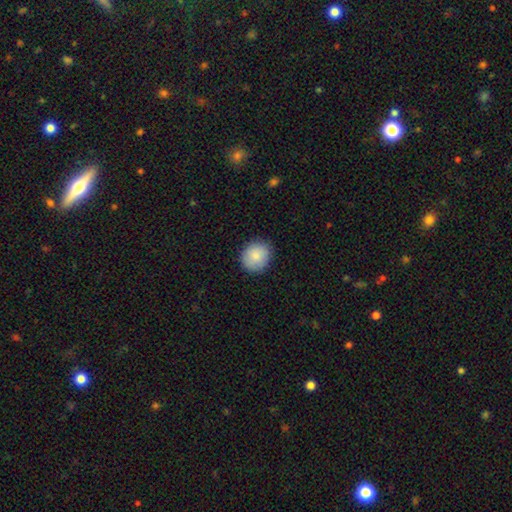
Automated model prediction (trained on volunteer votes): This appears to be a smooth galaxy with no disk features (86%) that is round (73%). Merging: none (86%).